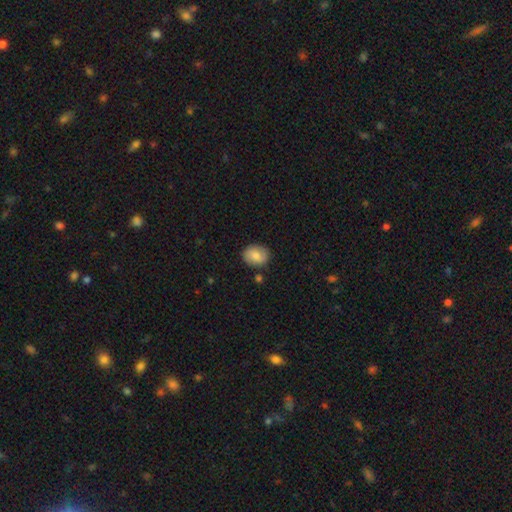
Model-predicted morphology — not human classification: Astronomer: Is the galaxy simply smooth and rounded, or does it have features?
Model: smooth — 76%.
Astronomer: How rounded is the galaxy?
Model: in between — 52% (runner-up: round, 47%).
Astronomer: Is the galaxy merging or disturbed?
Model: none — 82%.